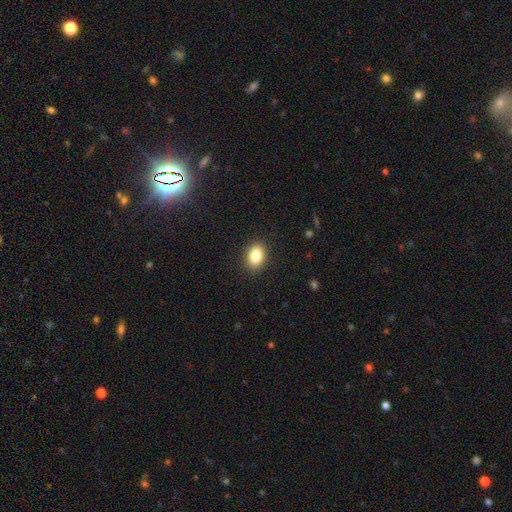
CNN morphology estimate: Smooth or featured: smooth — 85% (star or artifact — 8%)
How rounded: in between — 81% (round — 17%)
Merging: none — 89% (minor disturbance — 7%)